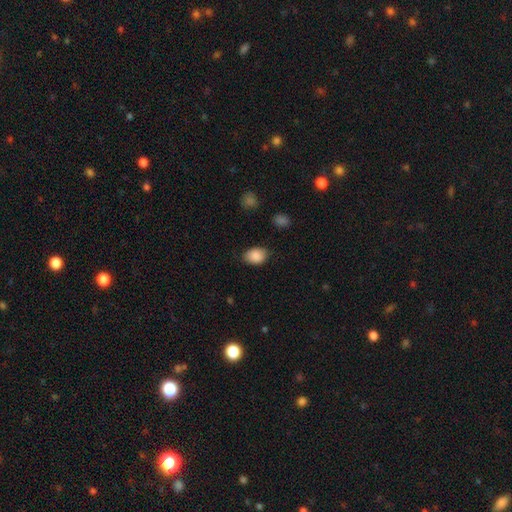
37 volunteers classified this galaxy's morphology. This appears to be a smooth galaxy with no disk features (89%) that is in between round and cigar-shaped (73%). Merging: none (85%).